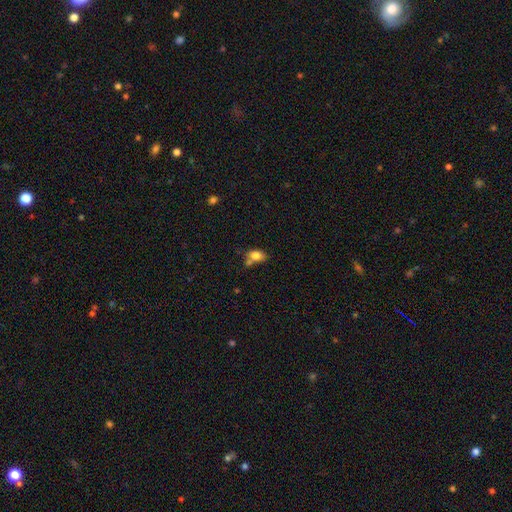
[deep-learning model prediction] Morphology: type=smooth (79%); roundness=in between (78%); merging=none (45%).